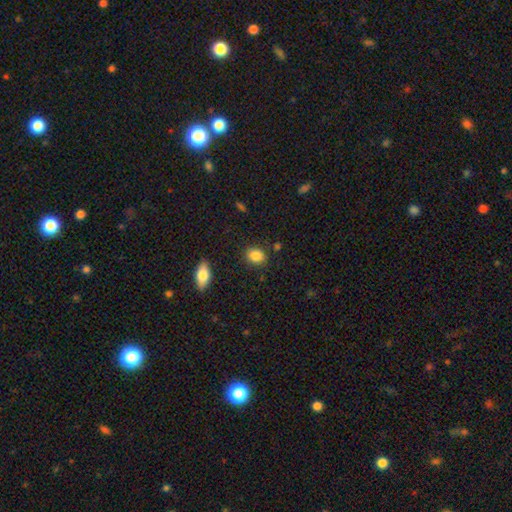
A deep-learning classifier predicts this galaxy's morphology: smooth-or-featured: smooth: 87% | star or artifact: 8% | featured or disk: 5%
  how-rounded: in between: 51% | round: 47% | cigar-shaped: 1%
  merging: none: 86% | minor disturbance: 9% | major disturbance: 3% | merger: 2%